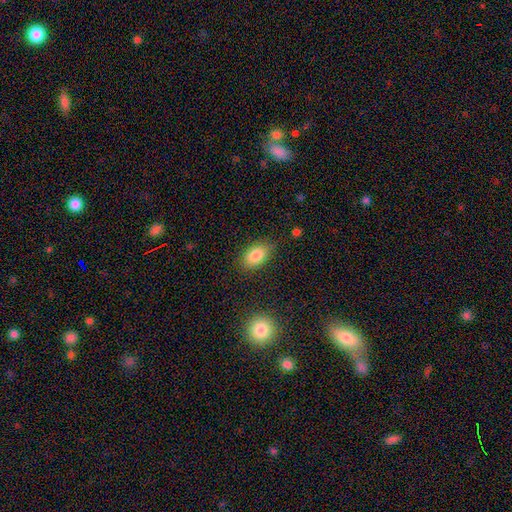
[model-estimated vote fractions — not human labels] Overall: smooth (85%). How rounded: in between (90%). Merging: none (80%).